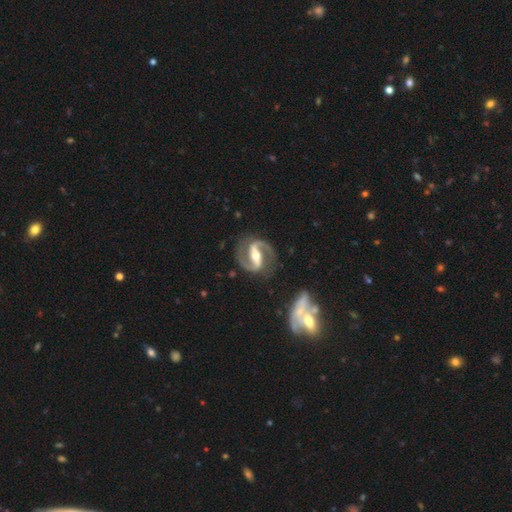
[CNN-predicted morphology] featured or disk 93%, star or artifact 4%, smooth 3%. Down the decision tree: edge-on disk — no (98%); bar — strong (67%); spiral arms — yes (98%); spiral arm count — 2 (94%); spiral winding — medium (63%); bulge size — moderate (69%); merging — none (83%).